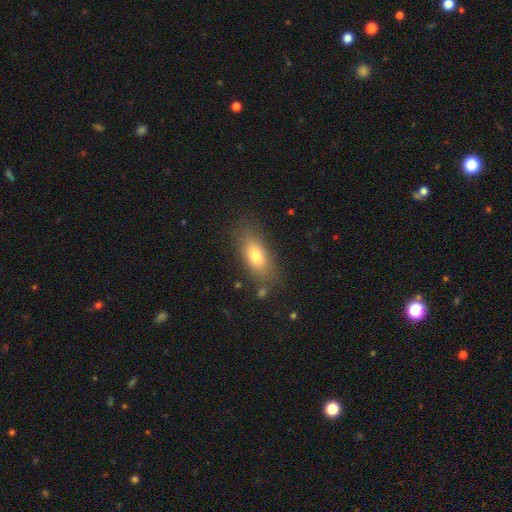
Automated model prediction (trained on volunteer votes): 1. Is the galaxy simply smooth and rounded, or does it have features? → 75% smooth, 16% featured or disk, 9% star or artifact.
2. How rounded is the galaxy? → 80% in between, 13% cigar-shaped, 7% round.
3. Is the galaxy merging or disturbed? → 81% none, 12% minor disturbance, 4% major disturbance, 3% merger.